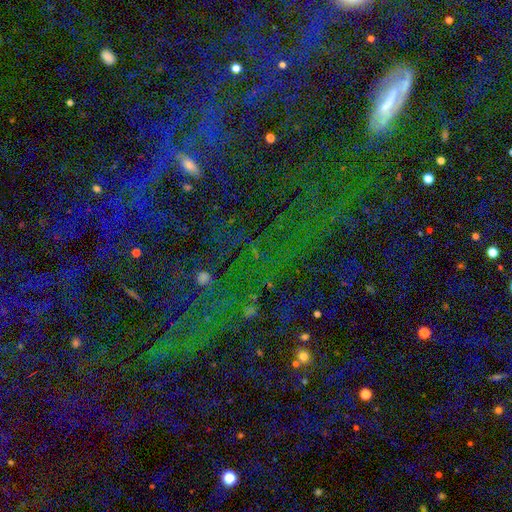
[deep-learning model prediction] The model was most divided on "smooth or featured": star or artifact: 77%, smooth: 13%, featured or disk: 9%.